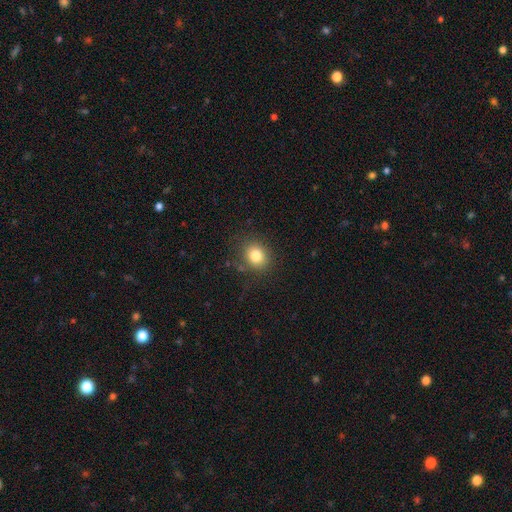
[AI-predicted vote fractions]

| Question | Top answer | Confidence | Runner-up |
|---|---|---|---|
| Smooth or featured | smooth | 80% | star or artifact (12%) |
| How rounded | round | 72% | in between (27%) |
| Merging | none | 84% | minor disturbance (10%) |